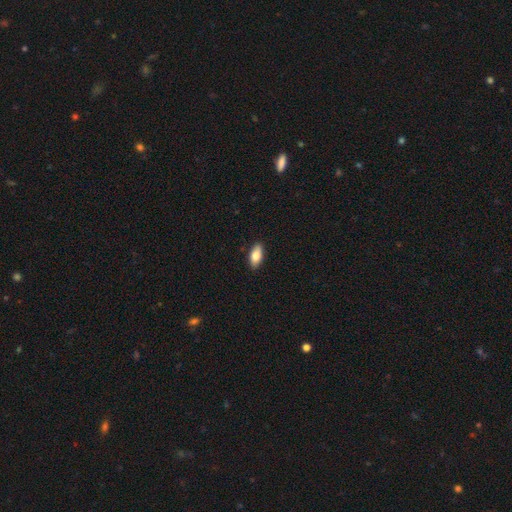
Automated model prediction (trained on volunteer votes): The model was most divided on "smooth or featured": smooth: 82%, featured or disk: 11%, star or artifact: 7%. More confident: how rounded — in between (89%); merging — none (88%).